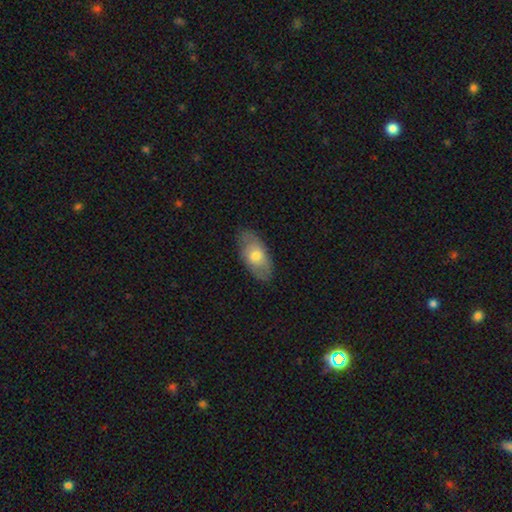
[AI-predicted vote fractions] Smooth or featured? smooth (68%)
How rounded? in between (92%)
Merging? none (78%)